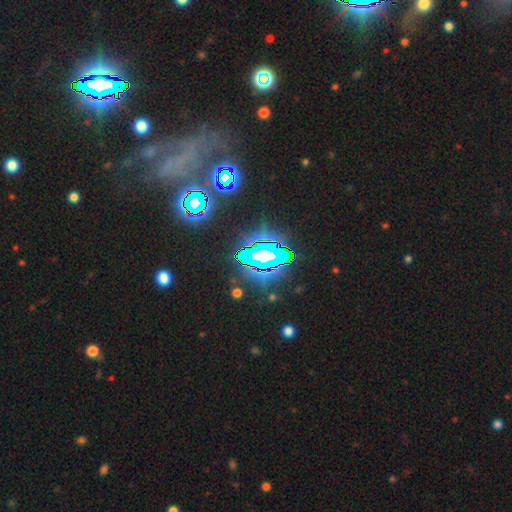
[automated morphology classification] This appears to be a star or artifact, not a galaxy (73%).